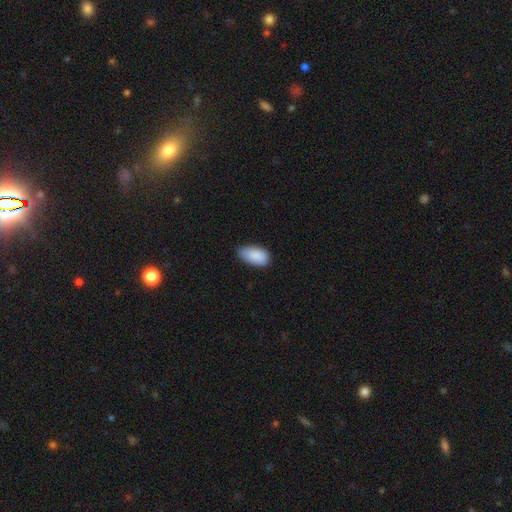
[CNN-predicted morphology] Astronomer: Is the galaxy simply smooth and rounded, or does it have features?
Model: smooth — 89%.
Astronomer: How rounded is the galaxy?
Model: in between — 95%.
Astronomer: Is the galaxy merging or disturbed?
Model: none — 70%.